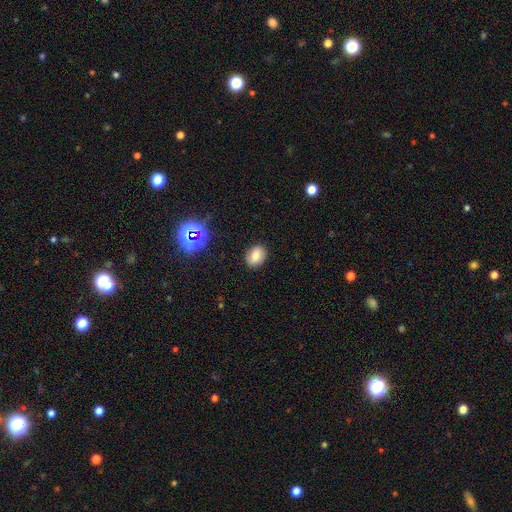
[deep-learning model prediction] Smooth or featured: smooth — 72% (star or artifact — 15%)
How rounded: in between — 58% (round — 41%)
Merging: none — 86% (minor disturbance — 10%)